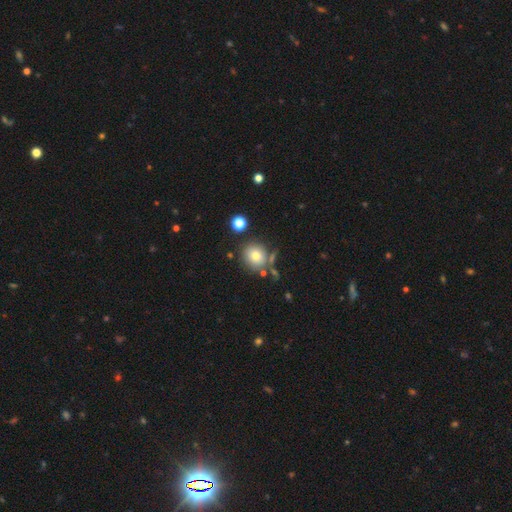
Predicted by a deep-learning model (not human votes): Morphology: type=smooth (75%); roundness=round (85%); merging=none (73%).